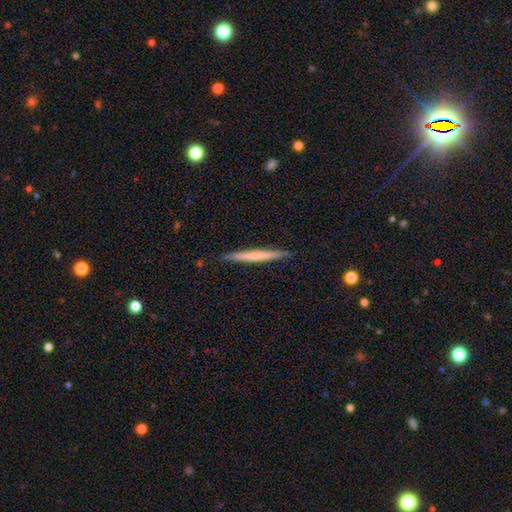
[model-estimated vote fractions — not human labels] Smooth or featured?
  - smooth: 52% *
  - featured or disk: 42%
  - star or artifact: 5%
How rounded?
  - cigar-shaped: 97% *
  - in between: 2%
  - round: 1%
Merging?
  - none: 91% *
  - minor disturbance: 7%
  - major disturbance: 1%
  - merger: 1%